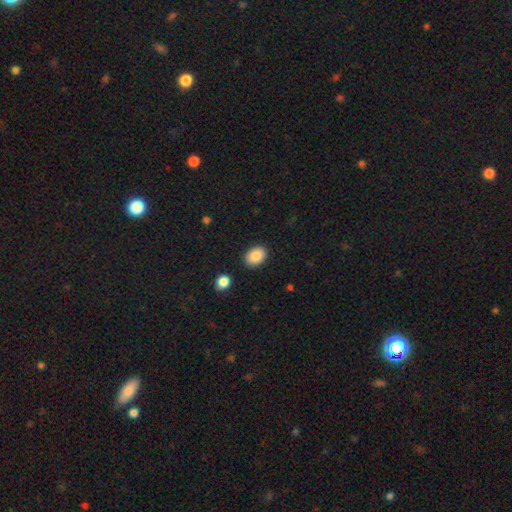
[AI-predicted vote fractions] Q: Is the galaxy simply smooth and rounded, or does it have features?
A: smooth — 88%.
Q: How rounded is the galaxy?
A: in between — 79%.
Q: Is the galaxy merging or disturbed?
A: none — 88%.